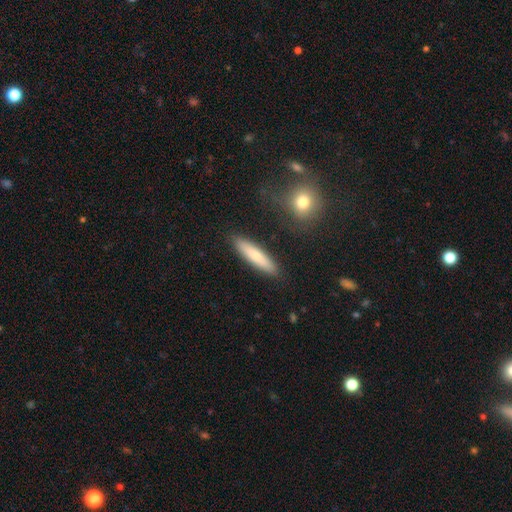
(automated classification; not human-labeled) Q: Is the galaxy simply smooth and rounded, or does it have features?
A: smooth — 72%.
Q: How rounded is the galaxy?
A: cigar-shaped — 81%.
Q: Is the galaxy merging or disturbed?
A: none — 88%.